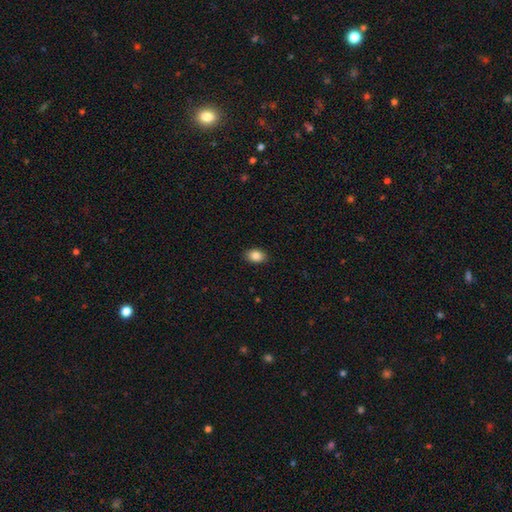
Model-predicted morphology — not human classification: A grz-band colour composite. It shows a smooth galaxy with no disk features (86%) that is in between round and cigar-shaped (81%). Merging: none (90%).